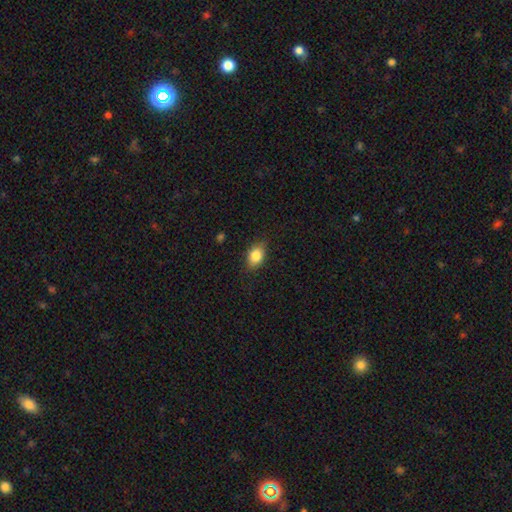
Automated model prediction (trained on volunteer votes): Smooth or featured? Predicted: smooth (p=0.84). How rounded? Predicted: in between (p=0.77). Merging? Predicted: none (p=0.81).